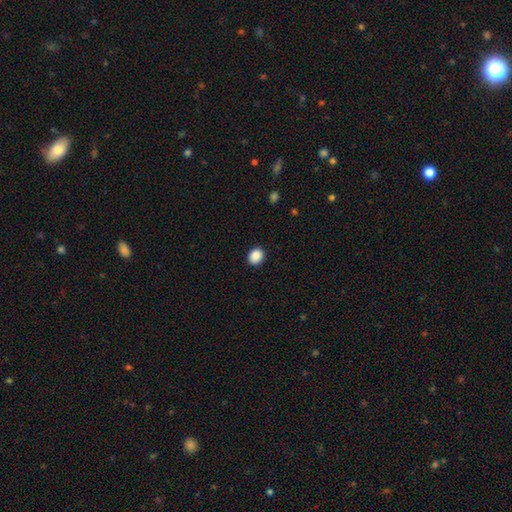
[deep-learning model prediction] Smooth or featured? Predicted: smooth (p=0.89). How rounded? Predicted: round (p=0.56). Merging? Predicted: none (p=0.90).